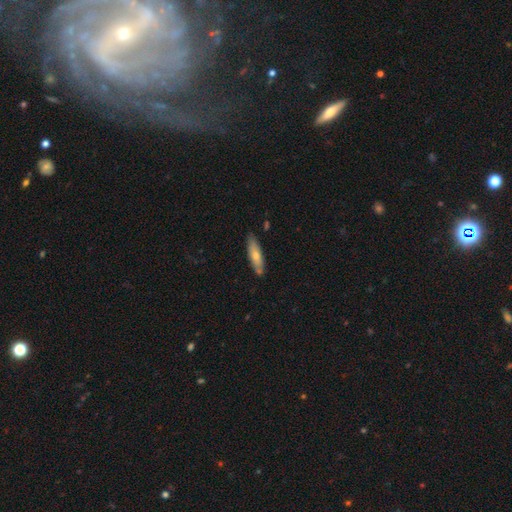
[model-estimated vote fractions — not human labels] smooth-or-featured: smooth: 63% | featured or disk: 31% | star or artifact: 6%
  how-rounded: cigar-shaped: 64% | in between: 34% | round: 2%
  merging: none: 79% | minor disturbance: 15% | merger: 4% | major disturbance: 2%